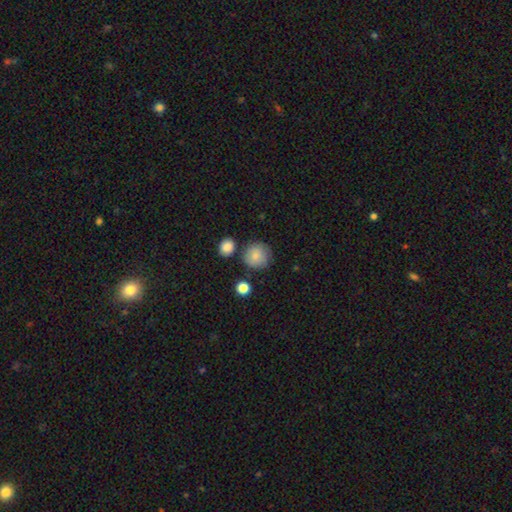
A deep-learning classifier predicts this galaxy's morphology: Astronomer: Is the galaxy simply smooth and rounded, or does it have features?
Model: smooth — 81%.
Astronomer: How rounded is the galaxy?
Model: round — 92%.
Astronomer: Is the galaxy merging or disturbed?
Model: none — 75%.